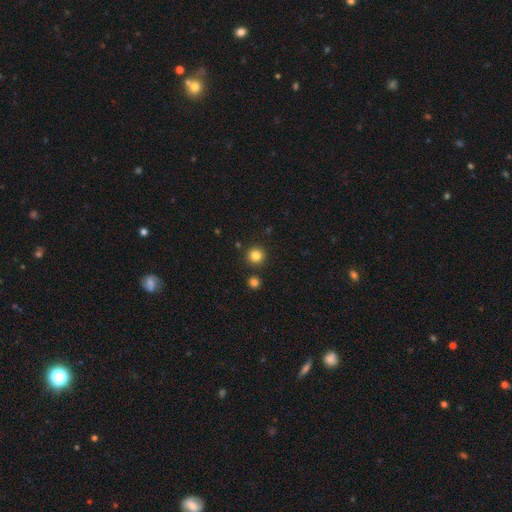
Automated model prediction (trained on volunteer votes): Morphology: type=smooth (83%); roundness=round (95%); merging=none (89%).